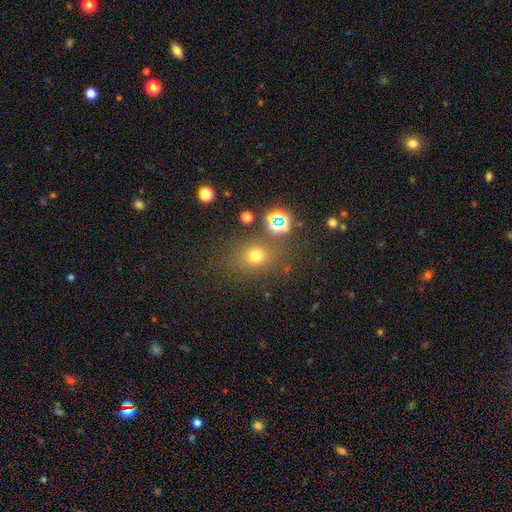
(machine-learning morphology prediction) smooth 67%, star or artifact 24%, featured or disk 9%. Down the decision tree: how rounded — round (66%); merging — none (75%).